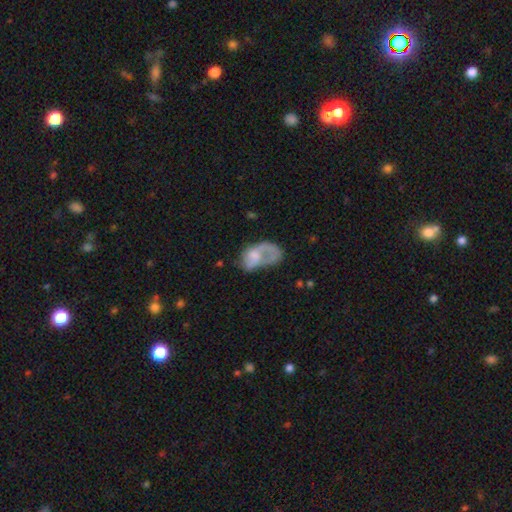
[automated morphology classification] Smooth or featured: smooth — 50% (featured or disk — 42%)
Merging: major disturbance — 51% (none — 19%)